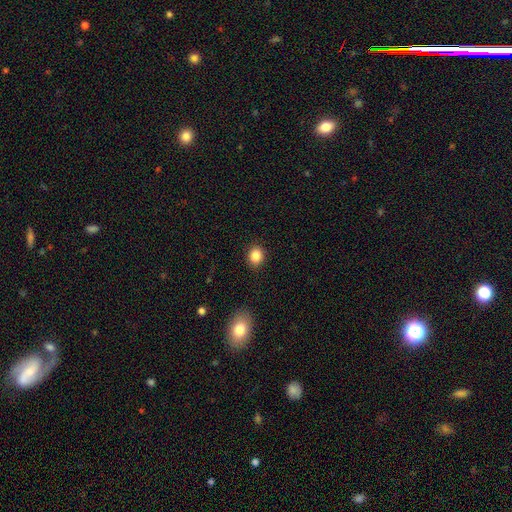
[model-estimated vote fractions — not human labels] This appears to be a smooth galaxy with no disk features (85%) that is round (68%). Merging: none (89%).